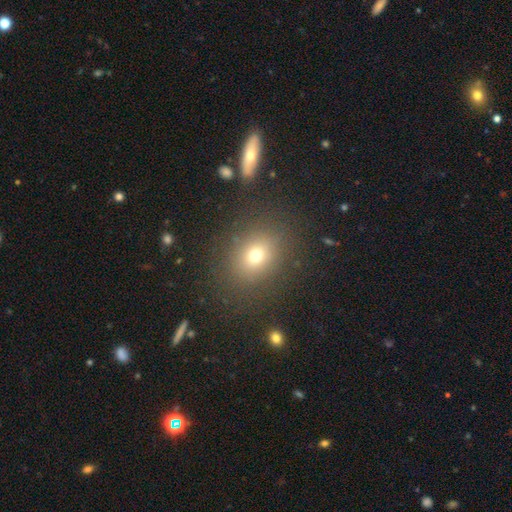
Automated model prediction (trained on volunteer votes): The model was most divided on "how rounded": round: 62%, in between: 37%, cigar-shaped: 1%. More confident: merging — none (84%); smooth or featured — smooth (70%).